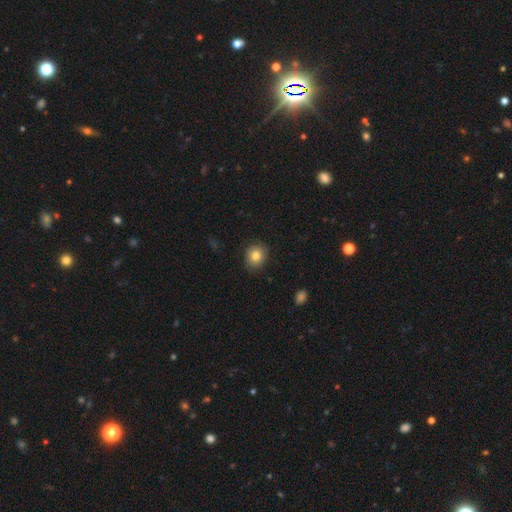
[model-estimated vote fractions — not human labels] The model was most divided on "how rounded": round: 72%, in between: 27%, cigar-shaped: 1%. More confident: merging — none (88%); smooth or featured — smooth (82%).